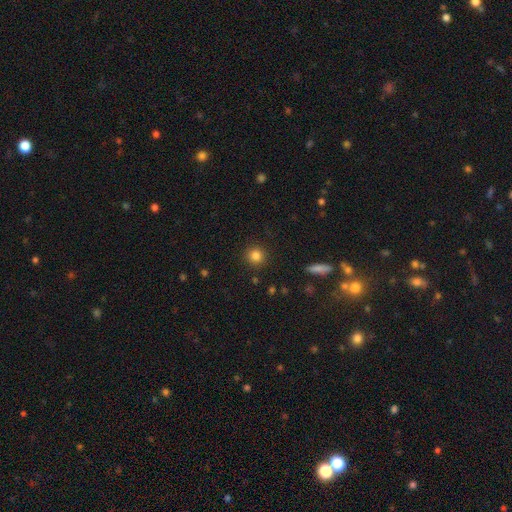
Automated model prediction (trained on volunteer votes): This appears to be a smooth galaxy with no disk features (84%) that is round (92%). Merging: none (90%).